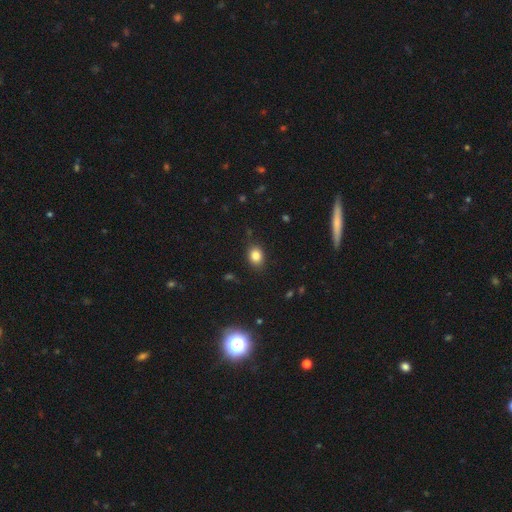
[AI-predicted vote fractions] Overall: smooth (83%). How rounded: in between (57%; round 42%). Merging: none (84%).